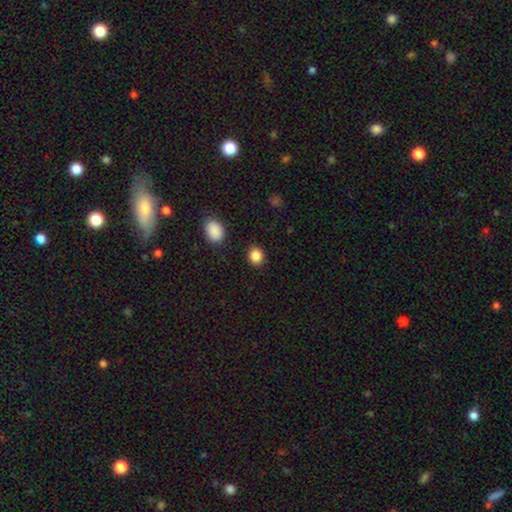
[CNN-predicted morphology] type=smooth (86%); roundness=round (65%); merging=none (89%).